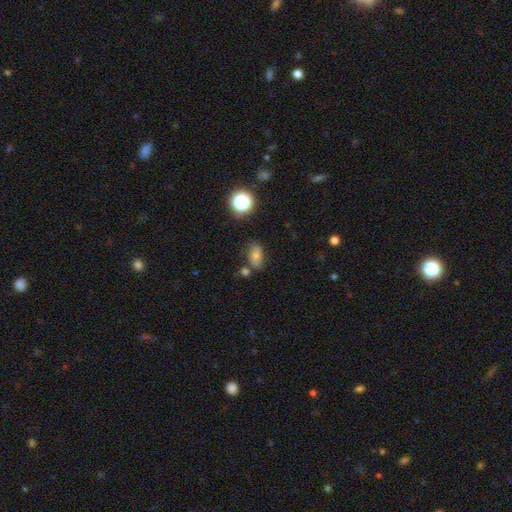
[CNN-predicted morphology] smooth_or_featured: smooth (p=0.68) [alt: featured or disk p=0.16]
how_rounded: in between (p=0.83) [alt: round p=0.14]
merging: none (p=0.66) [alt: minor disturbance p=0.20]